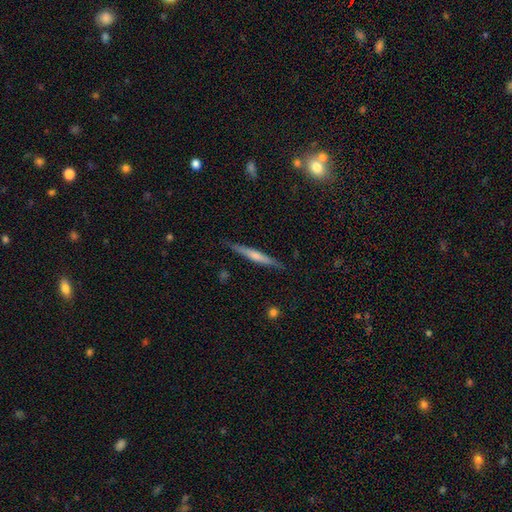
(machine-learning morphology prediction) Overall: featured or disk (49%; smooth 45%). Merging: none (87%).